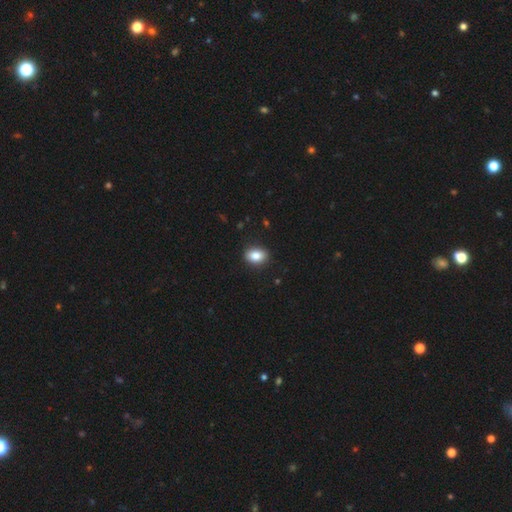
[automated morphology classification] type=smooth (85%); roundness=in between (78%); merging=none (88%).